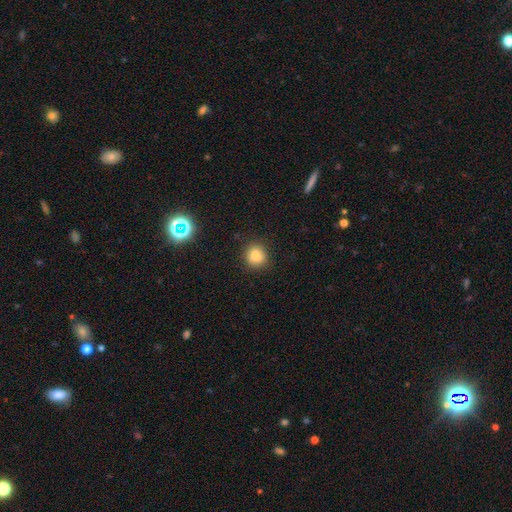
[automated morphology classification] Overall: smooth (82%). How rounded: round (79%). Merging: none (79%).